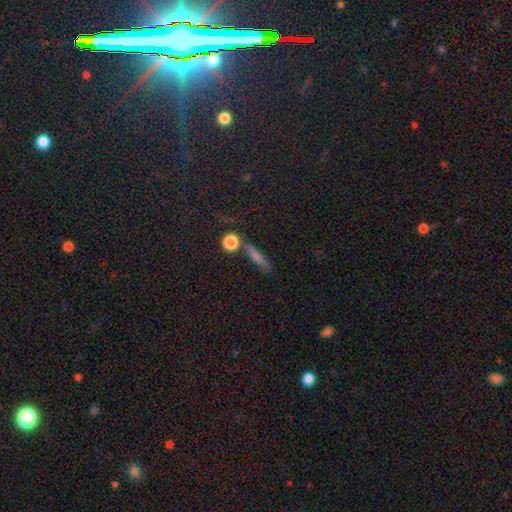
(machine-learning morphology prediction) A smooth galaxy with no disk features (58%) that is cigar-shaped (74%).

Vote fractions:
- Smooth or featured? smooth: 58% / featured or disk: 24% / star or artifact: 18%
- How rounded? cigar-shaped: 74% / in between: 14% / round: 12%
- Merging? none: 76% / minor disturbance: 11% / merger: 8% / major disturbance: 4%